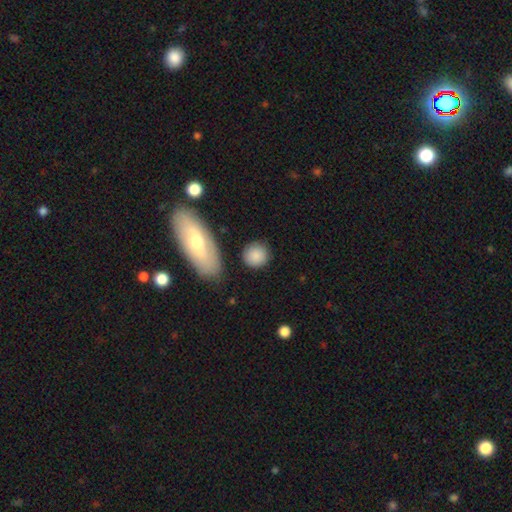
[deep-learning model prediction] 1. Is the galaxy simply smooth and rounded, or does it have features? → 86% smooth, 7% featured or disk, 7% star or artifact.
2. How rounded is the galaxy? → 83% round, 15% in between, 2% cigar-shaped.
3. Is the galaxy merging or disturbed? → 83% none, 10% minor disturbance, 4% merger, 3% major disturbance.